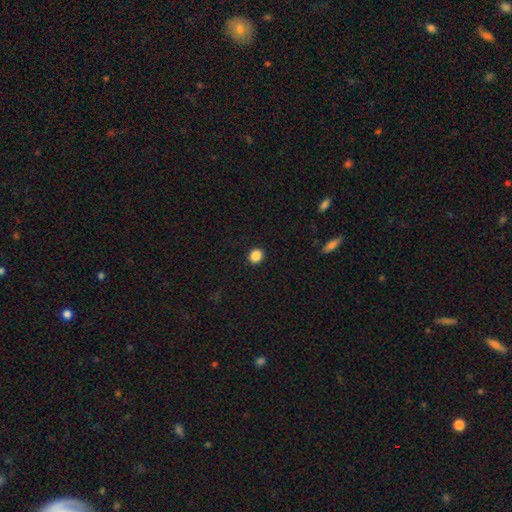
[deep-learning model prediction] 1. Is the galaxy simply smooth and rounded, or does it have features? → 87% smooth, 10% star or artifact, 3% featured or disk.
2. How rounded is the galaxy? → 78% round, 21% in between, 1% cigar-shaped.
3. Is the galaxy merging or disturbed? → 92% none, 5% minor disturbance, 2% major disturbance, 1% merger.